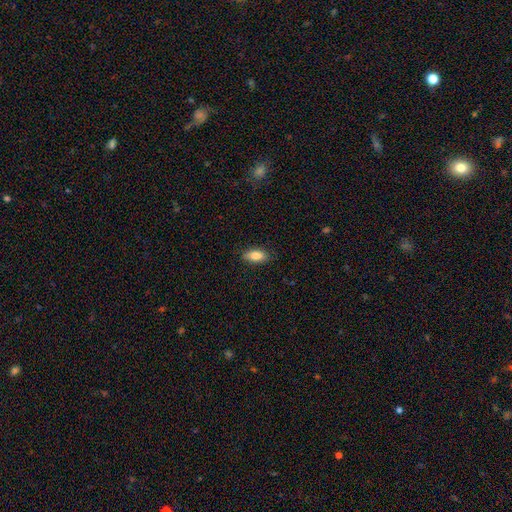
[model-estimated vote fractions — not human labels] This appears to be a smooth galaxy with no disk features (82%) that is in between round and cigar-shaped (85%). Merging: none (86%).